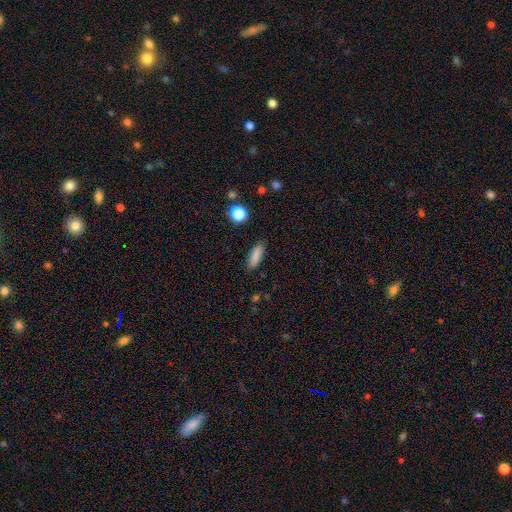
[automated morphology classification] This is clearly a smooth galaxy (85%). How rounded: possibly cigar-shaped (51%). Merging: clearly none (87%).